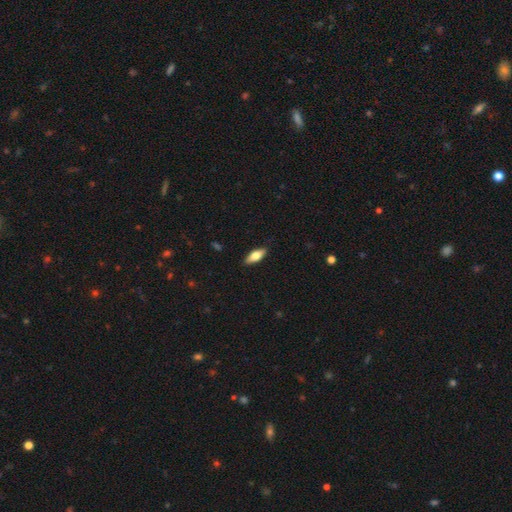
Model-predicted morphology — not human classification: Overall: smooth (69%). How rounded: in between (73%). Merging: none (88%).